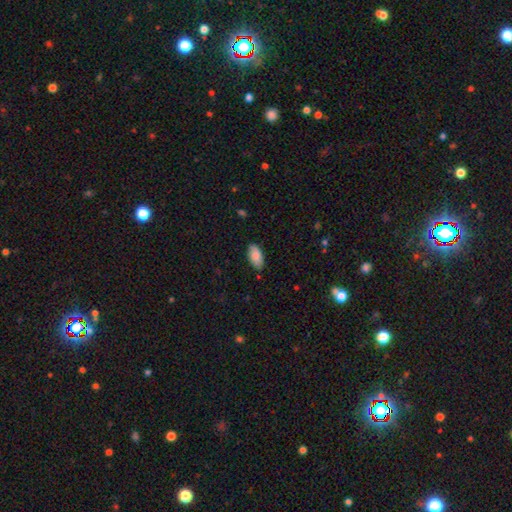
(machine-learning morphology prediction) This appears to be a smooth galaxy with no disk features (87%) that is in between round and cigar-shaped (94%). Merging: none (86%).